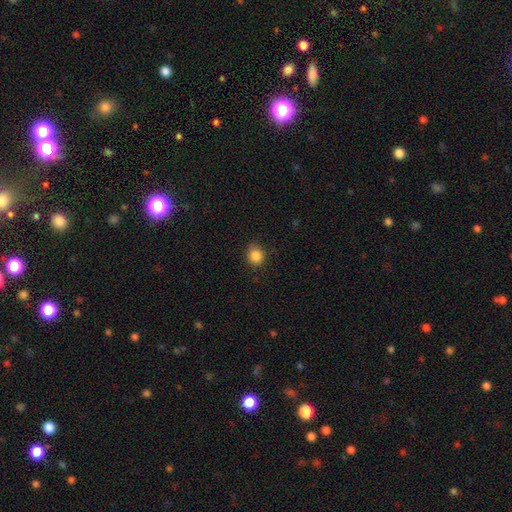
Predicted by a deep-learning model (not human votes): smooth_or_featured: smooth (p=0.86) [alt: star or artifact p=0.10]
how_rounded: round (p=0.78) [alt: in between p=0.21]
merging: none (p=0.81) [alt: minor disturbance p=0.15]